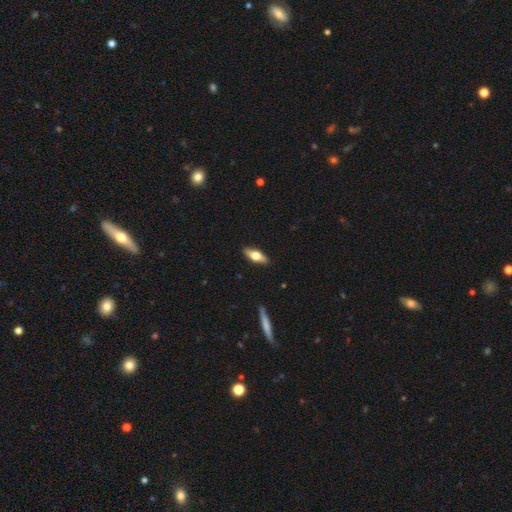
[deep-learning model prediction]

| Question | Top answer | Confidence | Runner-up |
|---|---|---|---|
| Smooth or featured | smooth | 57% | featured or disk (37%) |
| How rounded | in between | 71% | cigar-shaped (26%) |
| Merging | none | 88% | minor disturbance (9%) |